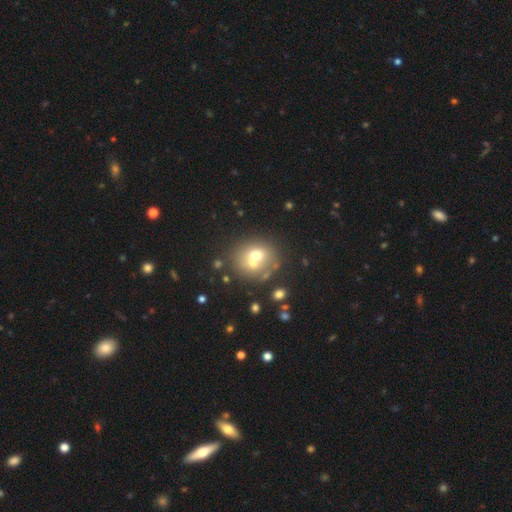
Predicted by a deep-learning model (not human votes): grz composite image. It shows a smooth galaxy with no disk features (63%) that is round (78%). Merging: none (44%).